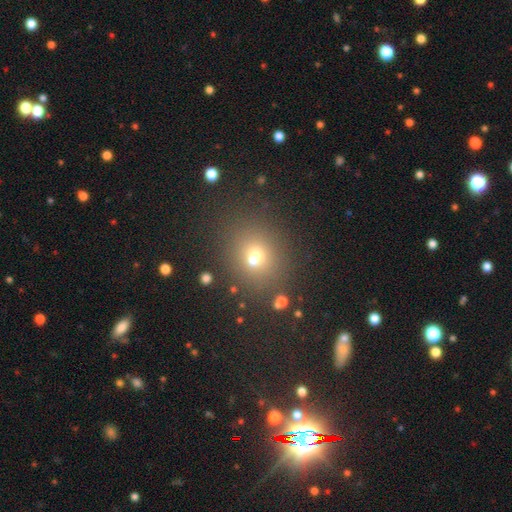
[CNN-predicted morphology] Smooth or featured: smooth — 63% (star or artifact — 25%)
How rounded: round — 69% (in between — 30%)
Merging: none — 75% (merger — 11%)